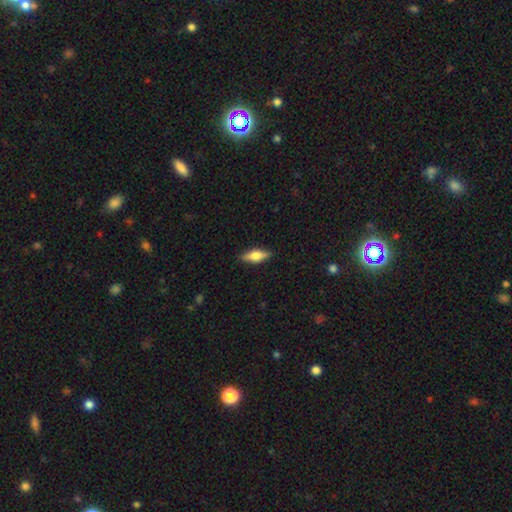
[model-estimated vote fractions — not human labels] This is possibly a smooth galaxy (52%). How rounded: likely in between (61%). Merging: clearly none (87%).